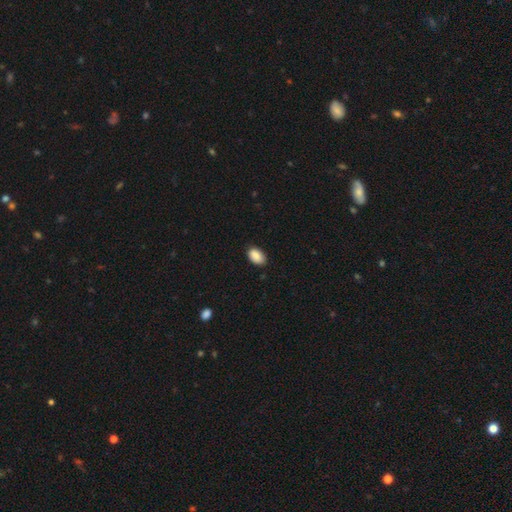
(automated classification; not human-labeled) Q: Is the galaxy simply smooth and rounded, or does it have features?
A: smooth — 89%.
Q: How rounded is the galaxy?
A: in between — 91%.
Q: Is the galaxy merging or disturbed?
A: none — 86%.